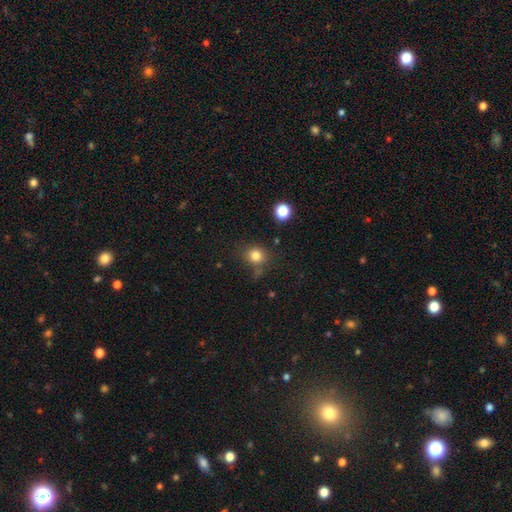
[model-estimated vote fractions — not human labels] smooth 81%, star or artifact 13%, featured or disk 6%. Down the decision tree: how rounded — round (82%); merging — none (73%).